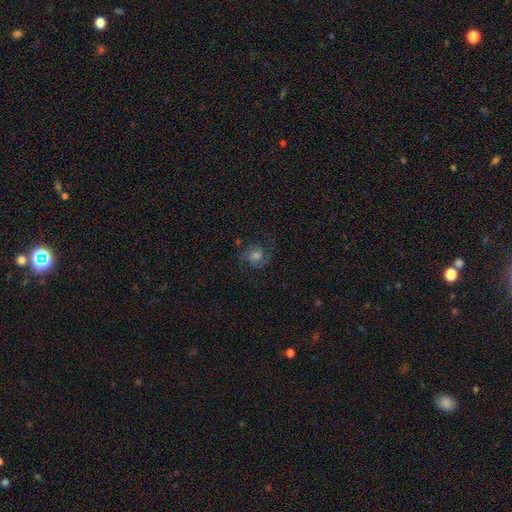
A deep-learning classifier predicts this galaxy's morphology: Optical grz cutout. It shows a featured or disk galaxy (77%) with no bar (56%), 2 (90%) medium (55%) spiral arms (97%) and a moderate central bulge (45%). Merging: none (78%).